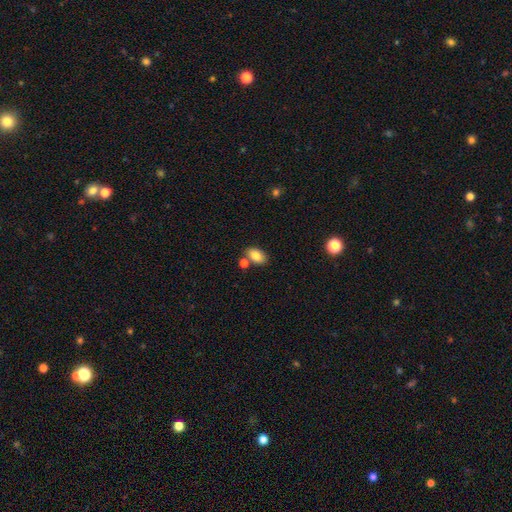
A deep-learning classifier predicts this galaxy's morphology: A smooth galaxy with no disk features (83%) that is in between round and cigar-shaped (89%).

Vote fractions:
- Smooth or featured? smooth: 83% / featured or disk: 9% / star or artifact: 8%
- How rounded? in between: 89% / round: 9% / cigar-shaped: 2%
- Merging? none: 70% / merger: 15% / minor disturbance: 12% / major disturbance: 3%